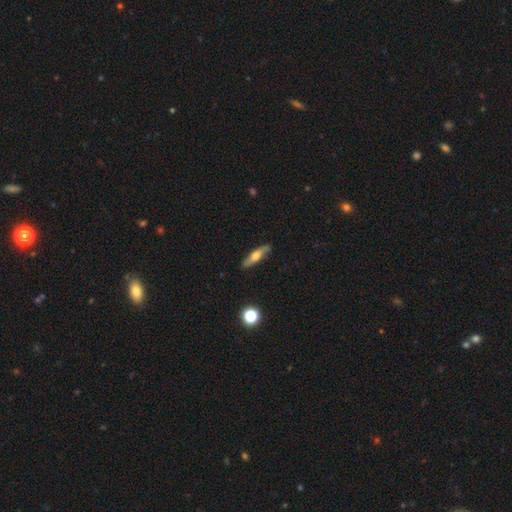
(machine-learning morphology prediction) type=featured or disk (48%); merging=none (86%).